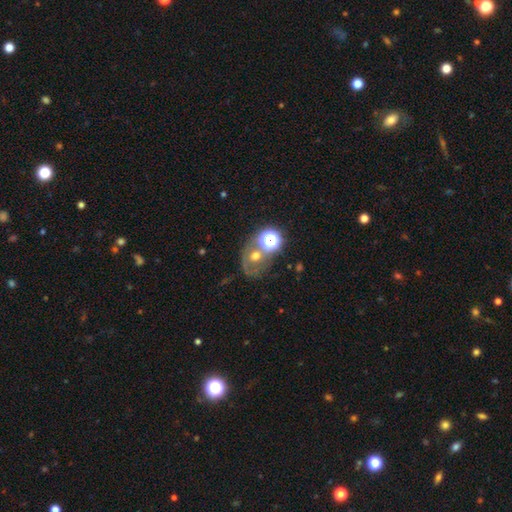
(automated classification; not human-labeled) smooth-or-featured: smooth: 46% | featured or disk: 30% | star or artifact: 25%
  merging: none: 41% | merger: 30% | minor disturbance: 14% | major disturbance: 14%